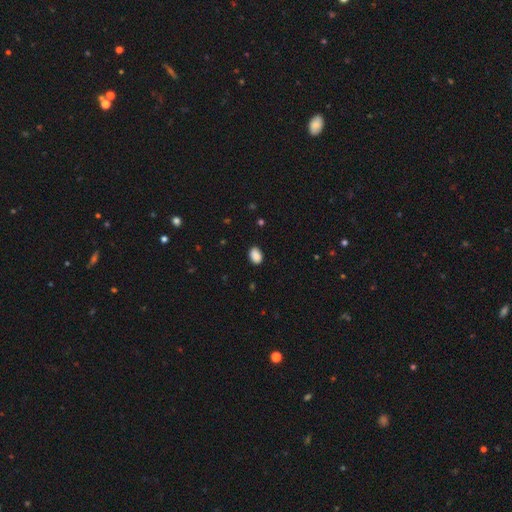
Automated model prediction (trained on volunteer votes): The model was most divided on "how rounded": in between: 82%, round: 17%, cigar-shaped: 1%. More confident: smooth or featured — smooth (89%); merging — none (86%).